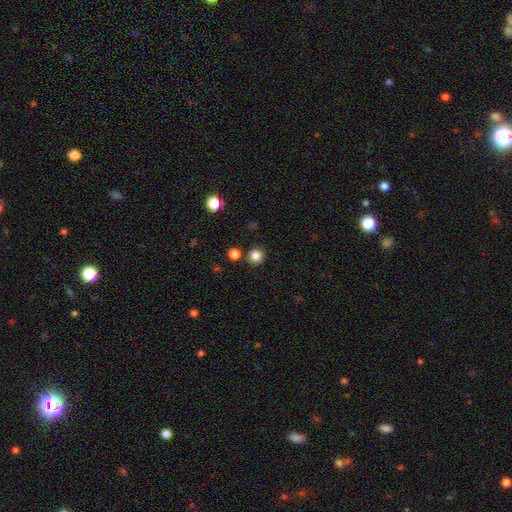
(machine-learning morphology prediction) The model was most divided on "smooth or featured": smooth: 84%, star or artifact: 12%, featured or disk: 4%. More confident: how rounded — round (93%); merging — none (85%).